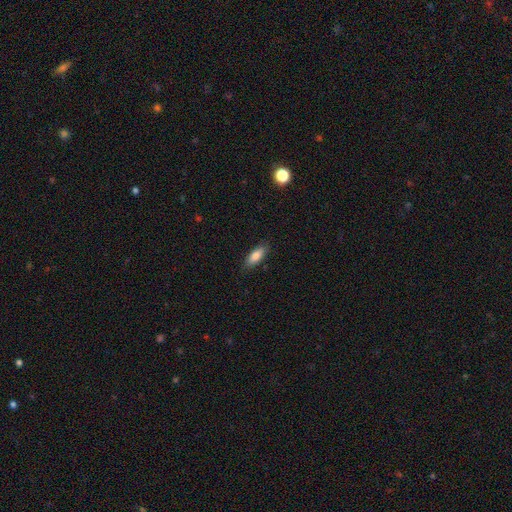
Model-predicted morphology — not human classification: A smooth galaxy with no disk features (83%) that is in between round and cigar-shaped (71%). Merging: none (86%).